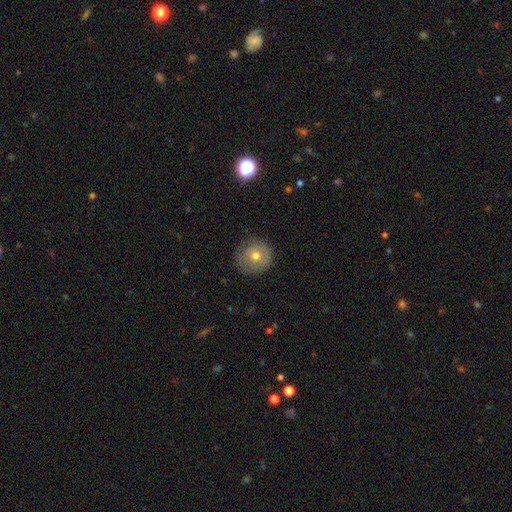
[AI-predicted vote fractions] A smooth galaxy with no disk features (61%) that is round (93%).

Vote fractions:
- Smooth or featured? smooth: 61% / featured or disk: 30% / star or artifact: 9%
- How rounded? round: 93% / in between: 6% / cigar-shaped: 1%
- Merging? none: 81% / minor disturbance: 14% / major disturbance: 4% / merger: 1%